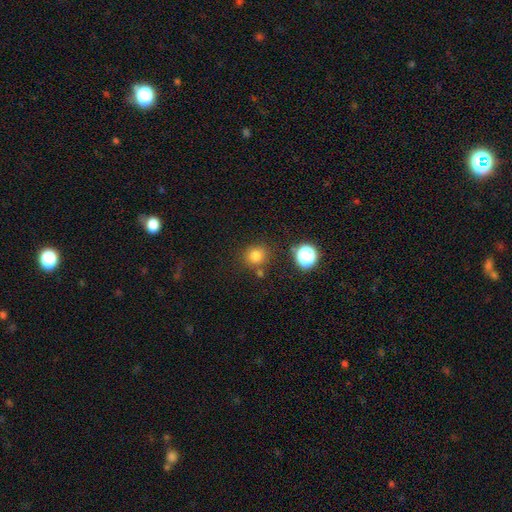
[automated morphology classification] A smooth galaxy with no disk features (79%) that is round (84%). Merging: none (77%).